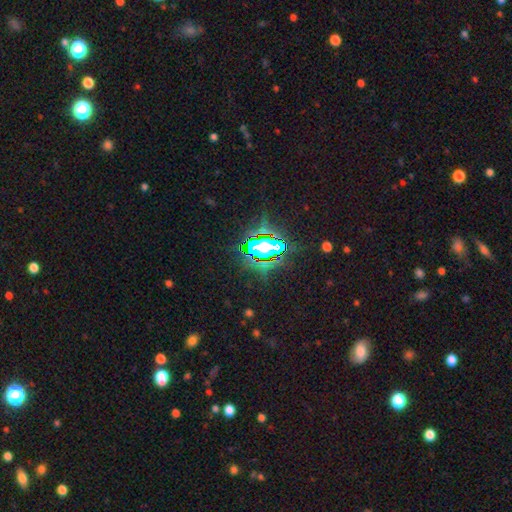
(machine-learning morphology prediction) star or artifact 82%, smooth 10%, featured or disk 8%.